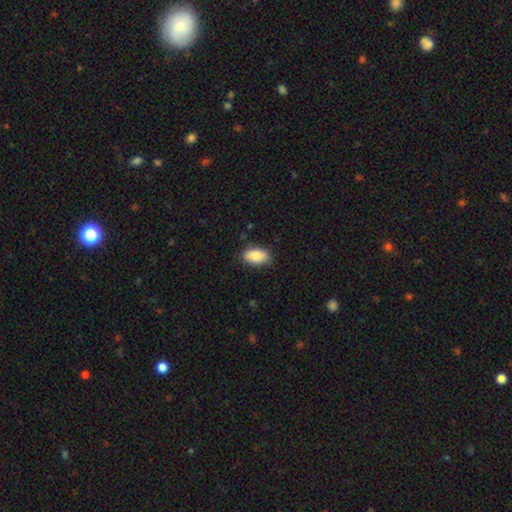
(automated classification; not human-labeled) Smooth or featured?
  - smooth: 88% *
  - star or artifact: 6%
  - featured or disk: 5%
How rounded?
  - in between: 92% *
  - cigar-shaped: 4%
  - round: 4%
Merging?
  - none: 83% *
  - minor disturbance: 13%
  - major disturbance: 3%
  - merger: 1%